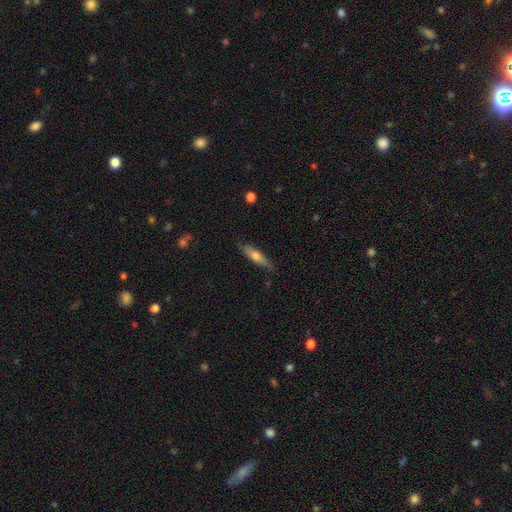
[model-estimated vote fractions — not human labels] A smooth galaxy with no disk features (54%) that is cigar-shaped (76%). Merging: none (83%).